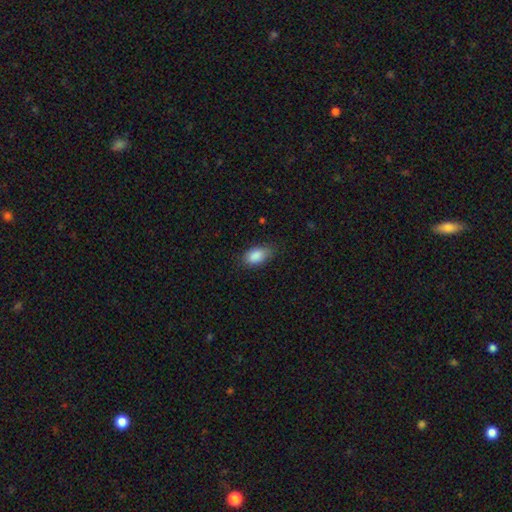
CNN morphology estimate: The model was most divided on "merging": none: 75%, minor disturbance: 20%, major disturbance: 4%, merger: 1%. More confident: how rounded — in between (91%); smooth or featured — smooth (88%).